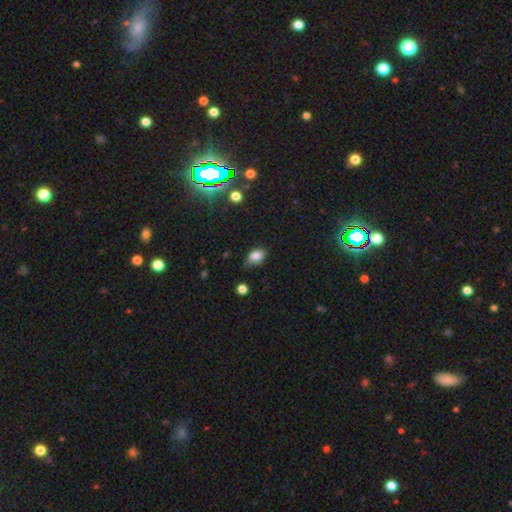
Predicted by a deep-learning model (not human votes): Smooth or featured? Predicted: smooth (p=0.82). How rounded? Predicted: in between (p=0.83). Merging? Predicted: none (p=0.68).